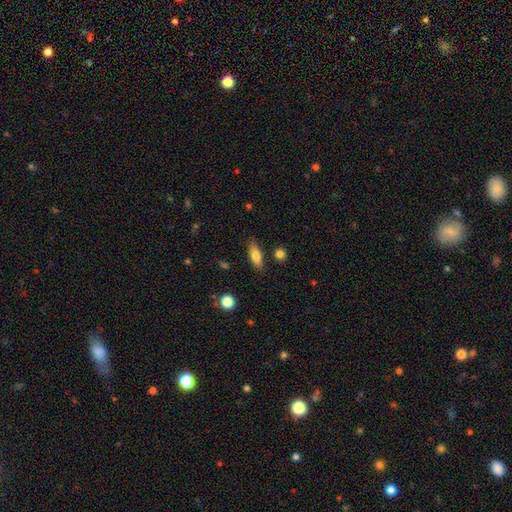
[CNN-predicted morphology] Smooth or featured: smooth — 73% (featured or disk — 20%)
How rounded: in between — 66% (cigar-shaped — 30%)
Merging: none — 81% (minor disturbance — 14%)